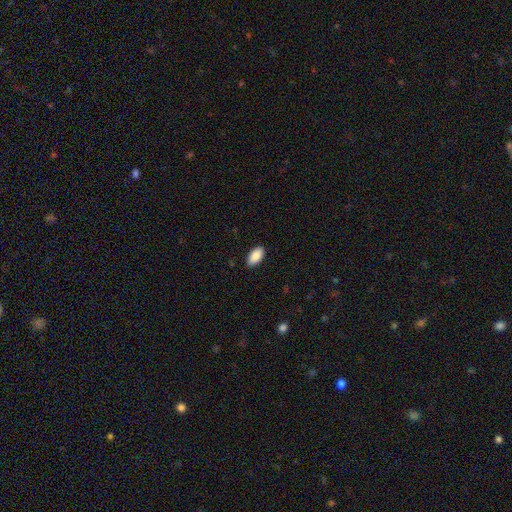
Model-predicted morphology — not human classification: Smooth or featured? Predicted: smooth (p=0.89). How rounded? Predicted: in between (p=0.95). Merging? Predicted: none (p=0.87).